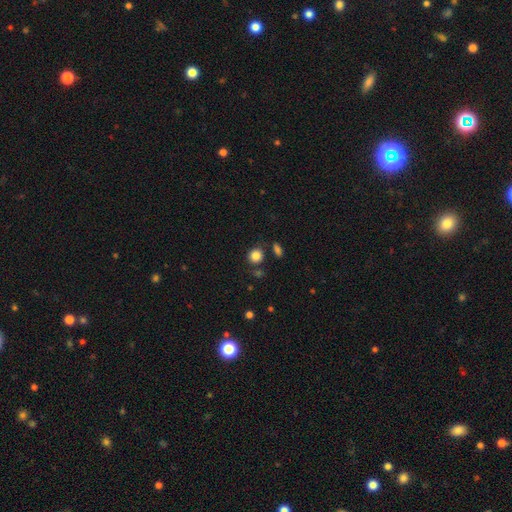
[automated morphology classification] The model was most divided on "how rounded": round: 83%, in between: 16%, cigar-shaped: 1%. More confident: smooth or featured — smooth (84%); merging — none (79%).